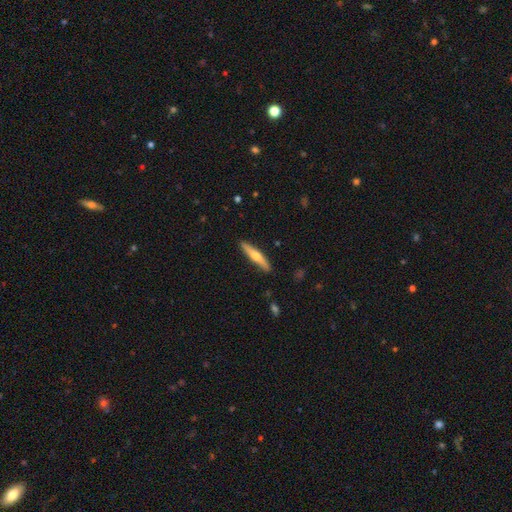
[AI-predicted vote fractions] smooth-or-featured: featured or disk: 52% | smooth: 43% | star or artifact: 5%
  disk-edge-on: yes: 94% | no: 6%
  merging: none: 89% | minor disturbance: 8% | major disturbance: 2% | merger: 1%